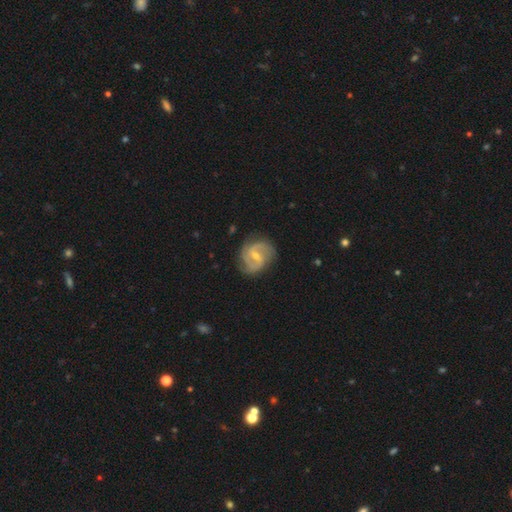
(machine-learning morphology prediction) featured or disk 87%, smooth 8%, star or artifact 5%. Down the decision tree: edge-on disk — no (98%); bar — weak (55%); spiral arms — yes (97%); spiral arm count — 2 (72%); spiral winding — medium (53%); bulge size — small (56%); merging — none (76%).